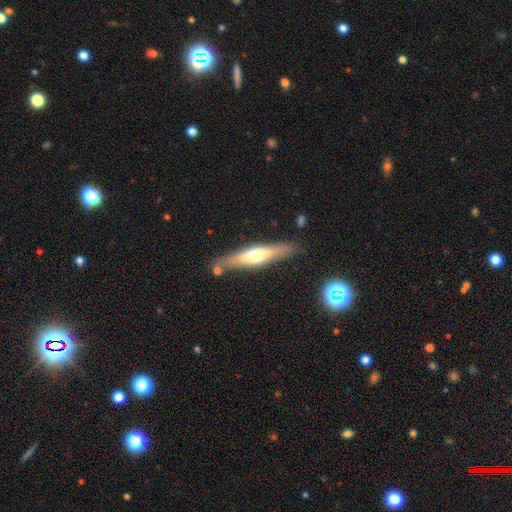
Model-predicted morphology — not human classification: A featured or disk galaxy (56%) viewed edge-on (89%).

Vote fractions:
- Smooth or featured? featured or disk: 56% / smooth: 38% / star or artifact: 6%
- Edge-on disk? yes: 89% / no: 11%
- Merging? none: 82% / minor disturbance: 11% / merger: 4% / major disturbance: 3%